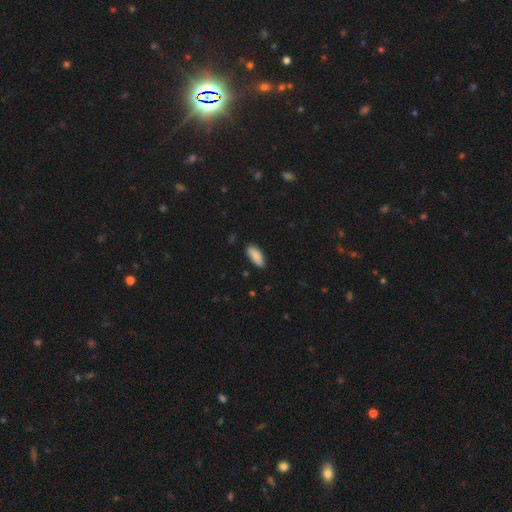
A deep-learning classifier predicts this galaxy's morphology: Smooth or featured? Predicted: smooth (p=0.89). How rounded? Predicted: in between (p=0.77). Merging? Predicted: none (p=0.85).